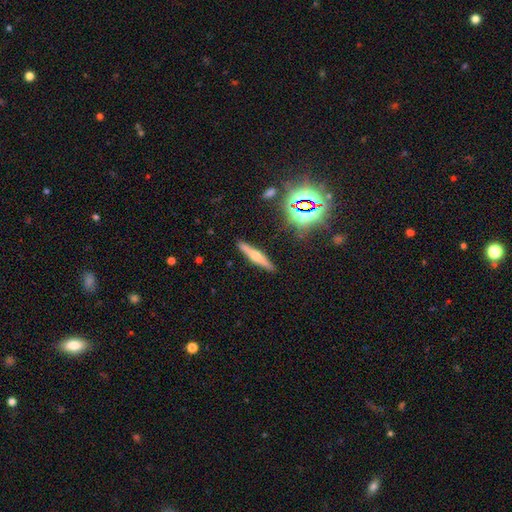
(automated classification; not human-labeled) Smooth or featured? featured or disk (56%)
Edge-on disk? yes (95%)
Edge-on bulge? rounded (86%)
Merging? none (89%)